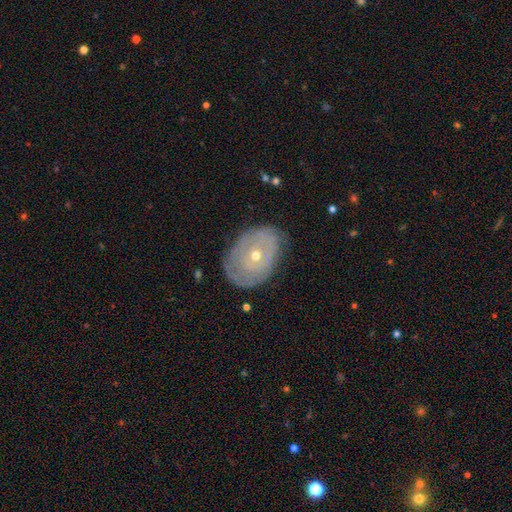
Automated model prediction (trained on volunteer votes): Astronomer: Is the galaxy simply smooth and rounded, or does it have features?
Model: featured or disk — 65%.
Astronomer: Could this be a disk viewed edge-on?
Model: no — 94%.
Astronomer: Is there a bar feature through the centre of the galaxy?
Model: no — 86%.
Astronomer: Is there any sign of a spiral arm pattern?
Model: yes — 51% (runner-up: no, 49%).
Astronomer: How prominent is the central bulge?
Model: small — 53% (runner-up: moderate, 45%).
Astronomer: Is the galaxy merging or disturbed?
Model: none — 71%.